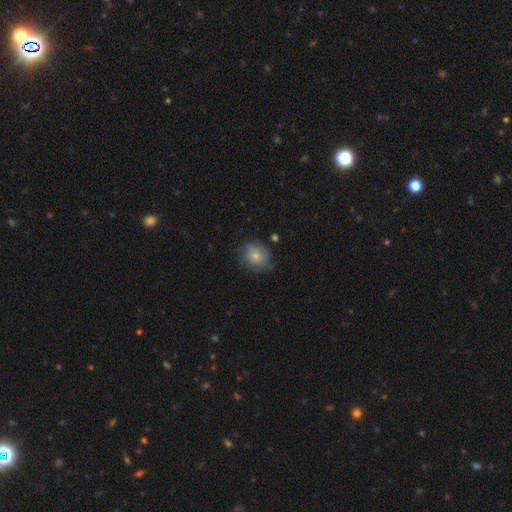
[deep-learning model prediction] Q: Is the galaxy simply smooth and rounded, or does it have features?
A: smooth — 69%.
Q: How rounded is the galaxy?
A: round — 72%.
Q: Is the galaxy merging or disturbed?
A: none — 66%.